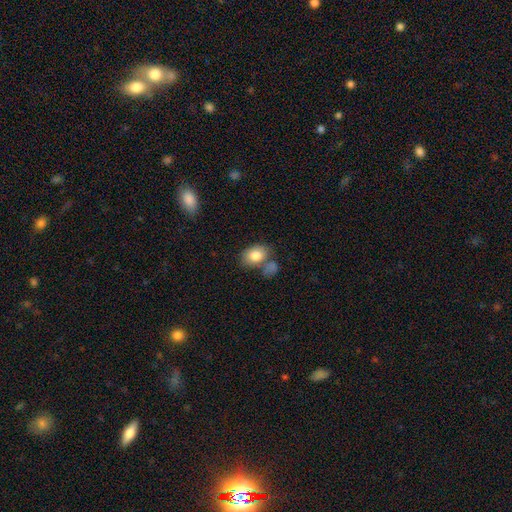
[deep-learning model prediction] smooth_or_featured: smooth (p=0.82) [alt: featured or disk p=0.10]
how_rounded: in between (p=0.75) [alt: round p=0.24]
merging: none (p=0.54) [alt: merger p=0.23]